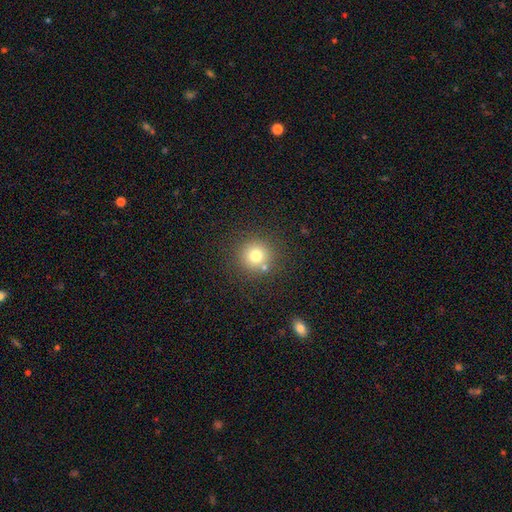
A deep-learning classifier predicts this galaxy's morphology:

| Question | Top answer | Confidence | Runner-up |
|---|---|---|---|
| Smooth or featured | smooth | 75% | star or artifact (15%) |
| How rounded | round | 94% | in between (5%) |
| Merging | none | 80% | merger (9%) |